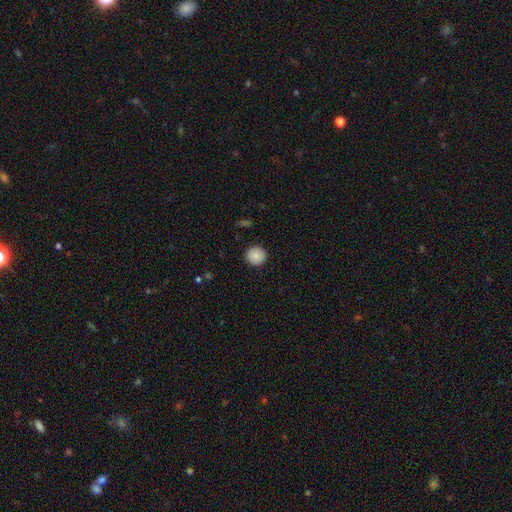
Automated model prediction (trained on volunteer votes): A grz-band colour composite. It shows a smooth galaxy with no disk features (87%) that is round (94%). Merging: none (91%).